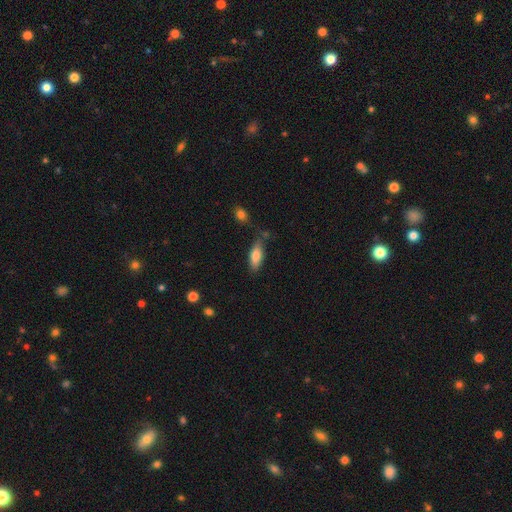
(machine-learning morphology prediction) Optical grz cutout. It shows a smooth galaxy with no disk features (79%) that is in between round and cigar-shaped (74%). Merging: none (66%).